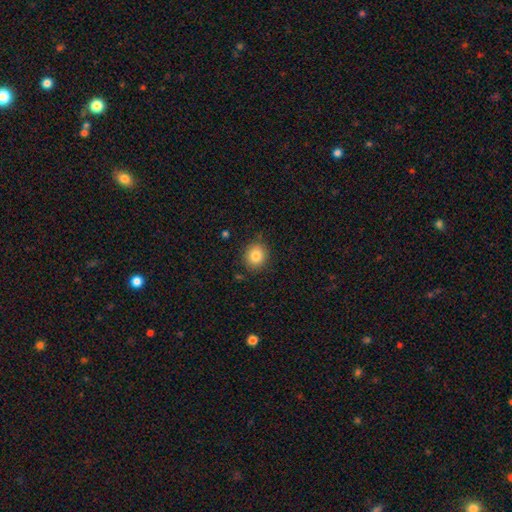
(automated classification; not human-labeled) A smooth galaxy with no disk features (82%) that is round (82%). Merging: none (87%).